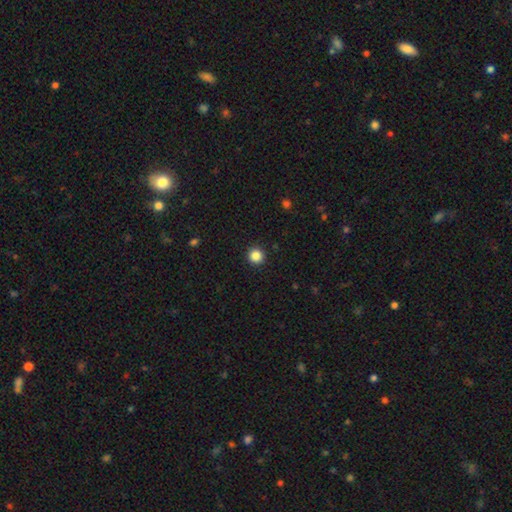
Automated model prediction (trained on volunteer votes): This is clearly a smooth galaxy (86%). How rounded: clearly round (95%). Merging: clearly none (93%).